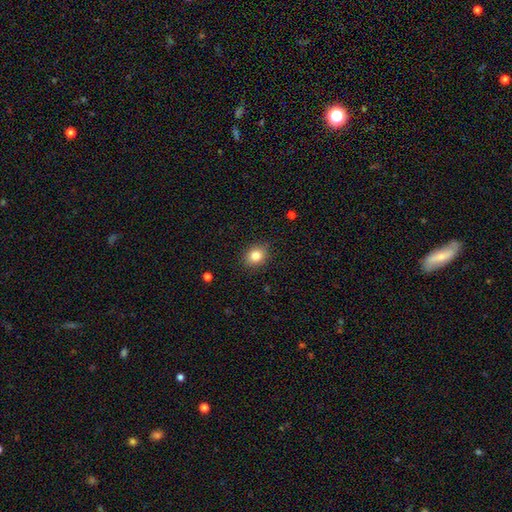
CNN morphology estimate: Smooth or featured: smooth — 83% (star or artifact — 10%)
How rounded: round — 58% (in between — 41%)
Merging: none — 88% (minor disturbance — 9%)